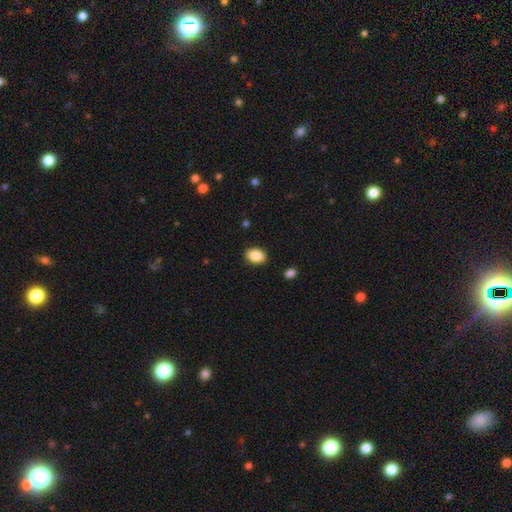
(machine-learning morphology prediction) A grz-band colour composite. It shows a smooth galaxy with no disk features (87%) that is in between round and cigar-shaped (82%). Merging: none (89%).